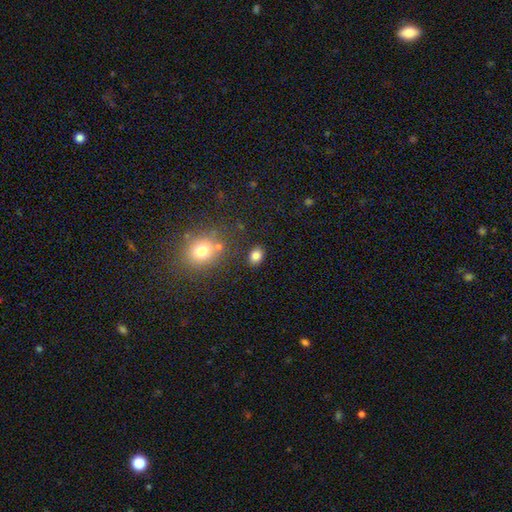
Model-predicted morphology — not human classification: smooth-or-featured: smooth: 82% | star or artifact: 11% | featured or disk: 7%
  how-rounded: in between: 70% | round: 29% | cigar-shaped: 1%
  merging: none: 83% | minor disturbance: 10% | merger: 4% | major disturbance: 3%